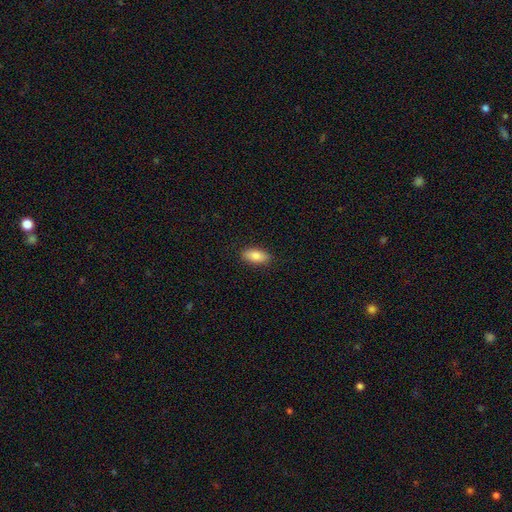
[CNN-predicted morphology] Smooth or featured? Predicted: smooth (p=0.84). How rounded? Predicted: in between (p=0.90). Merging? Predicted: none (p=0.89).